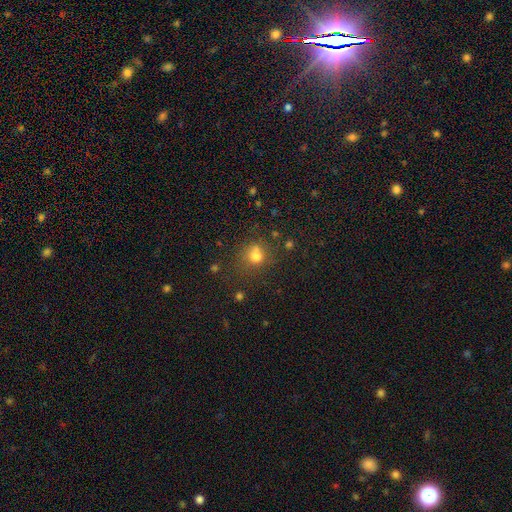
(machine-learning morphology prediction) A smooth galaxy with no disk features (72%) that is round (74%). Merging: none (52%).